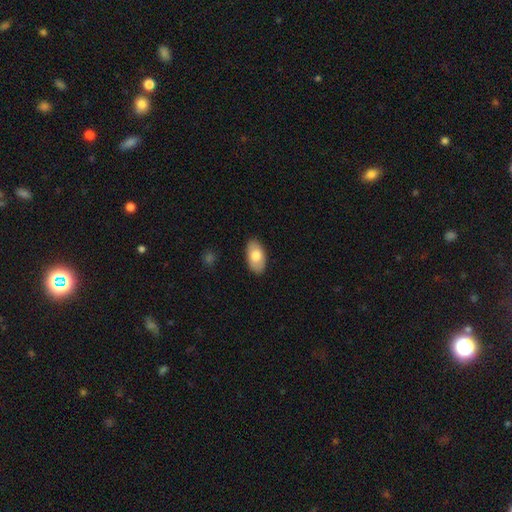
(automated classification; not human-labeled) Morphology: type=smooth (74%); roundness=in between (95%); merging=none (87%).